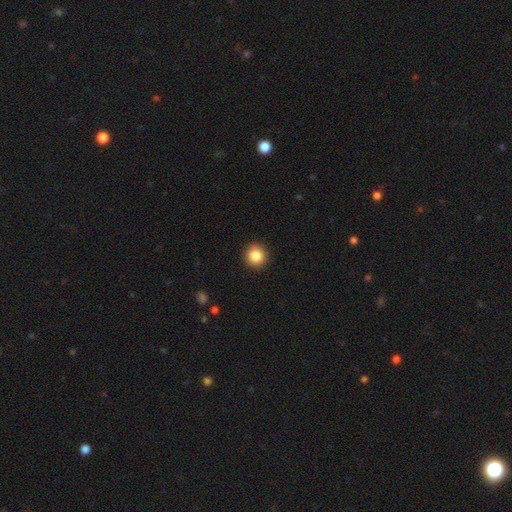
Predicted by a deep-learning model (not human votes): This appears to be a smooth galaxy with no disk features (86%) that is round (92%). Merging: none (91%).